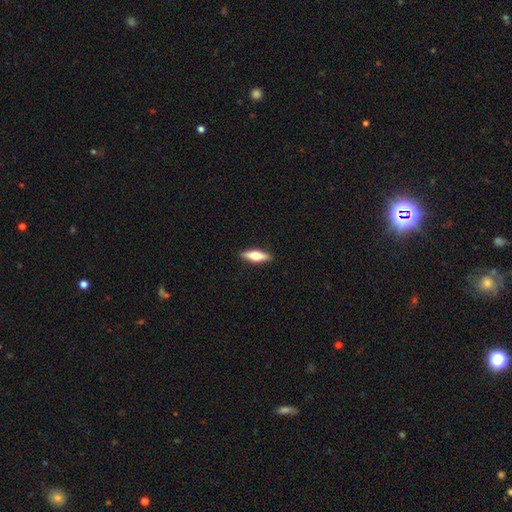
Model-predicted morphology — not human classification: This is possibly a smooth galaxy (53%). How rounded: possibly cigar-shaped (55%). Merging: clearly none (90%).